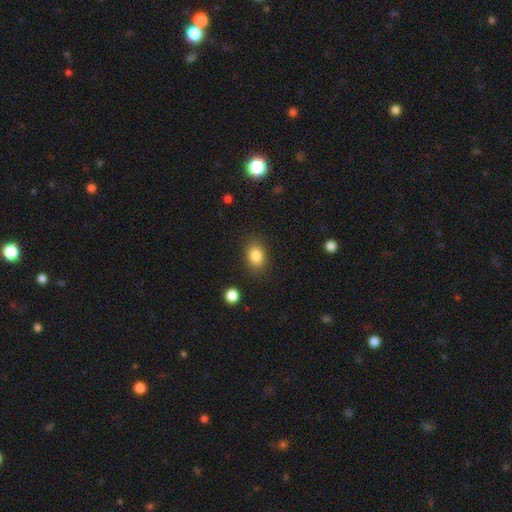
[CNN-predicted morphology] Smooth or featured?
  - smooth: 85% *
  - star or artifact: 9%
  - featured or disk: 6%
How rounded?
  - in between: 70% *
  - round: 29%
  - cigar-shaped: 1%
Merging?
  - none: 84% *
  - minor disturbance: 10%
  - major disturbance: 3%
  - merger: 2%